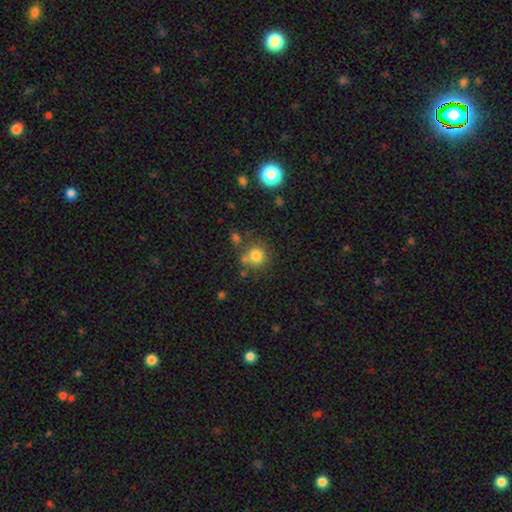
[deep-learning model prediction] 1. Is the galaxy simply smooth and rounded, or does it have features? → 80% smooth, 12% star or artifact, 8% featured or disk.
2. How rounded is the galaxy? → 90% round, 9% in between, 1% cigar-shaped.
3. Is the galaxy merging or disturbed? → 67% none, 14% merger, 13% minor disturbance, 5% major disturbance.